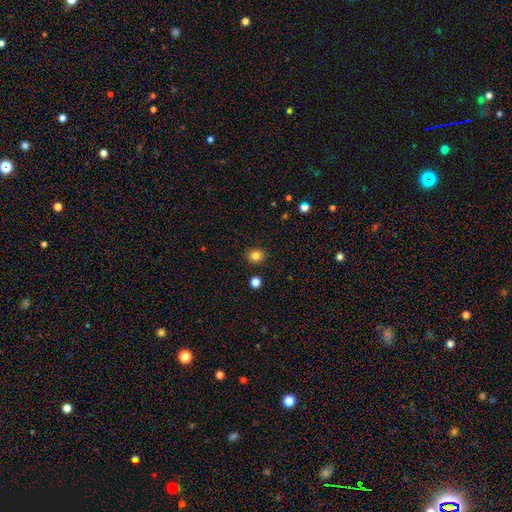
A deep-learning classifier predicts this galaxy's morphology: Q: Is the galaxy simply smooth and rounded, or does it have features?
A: smooth — 83%.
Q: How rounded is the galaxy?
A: round — 76%.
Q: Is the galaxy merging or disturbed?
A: none — 89%.